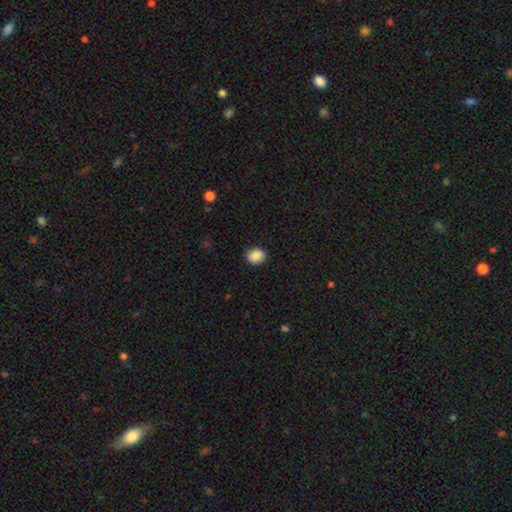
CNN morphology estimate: smooth-or-featured: smooth: 88% | star or artifact: 8% | featured or disk: 4%
  how-rounded: round: 58% | in between: 41% | cigar-shaped: 1%
  merging: none: 88% | minor disturbance: 8% | major disturbance: 2% | merger: 1%